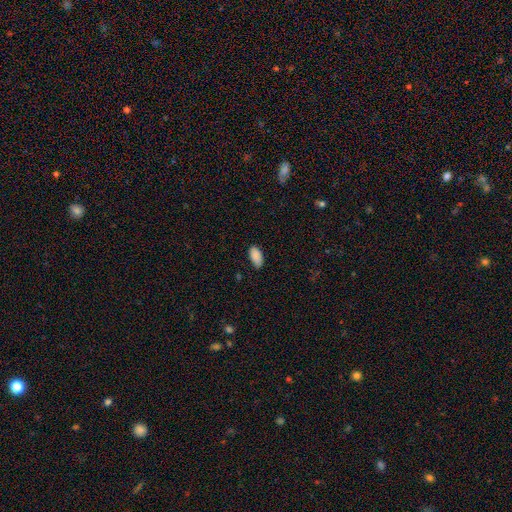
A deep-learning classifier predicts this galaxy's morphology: A smooth galaxy with no disk features (89%) that is in between round and cigar-shaped (95%).

Vote fractions:
- Smooth or featured? smooth: 89% / star or artifact: 7% / featured or disk: 4%
- How rounded? in between: 95% / cigar-shaped: 3% / round: 2%
- Merging? none: 80% / minor disturbance: 17% / major disturbance: 3% / merger: 1%